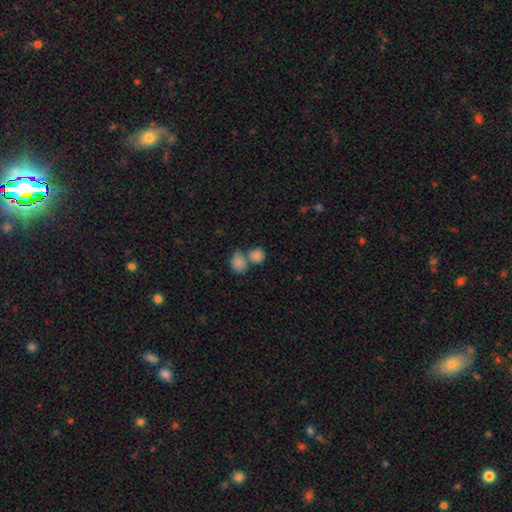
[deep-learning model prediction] The model was most divided on "merging": merger: 52%, none: 36%, minor disturbance: 8%, major disturbance: 4%. More confident: smooth or featured — smooth (85%); how rounded — round (71%).